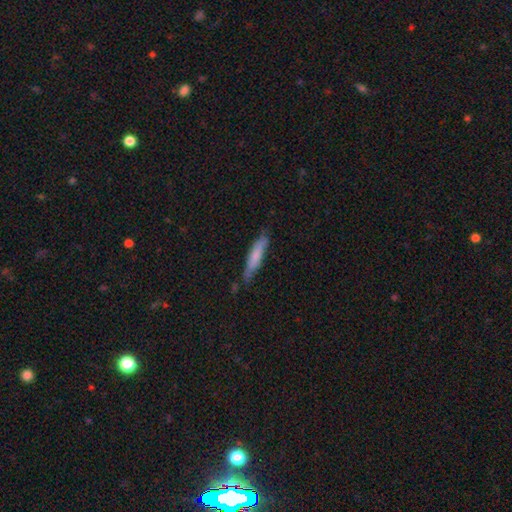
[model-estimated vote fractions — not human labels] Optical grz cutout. It shows a smooth galaxy with no disk features (68%) that is cigar-shaped (87%). Merging: none (74%).